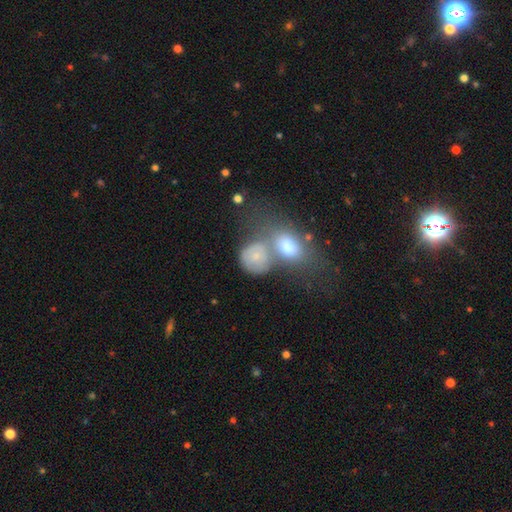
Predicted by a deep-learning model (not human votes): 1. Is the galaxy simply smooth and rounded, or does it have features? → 67% smooth, 24% featured or disk, 10% star or artifact.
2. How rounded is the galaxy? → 65% round, 33% in between, 2% cigar-shaped.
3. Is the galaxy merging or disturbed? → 43% merger, 33% none, 14% minor disturbance, 10% major disturbance.